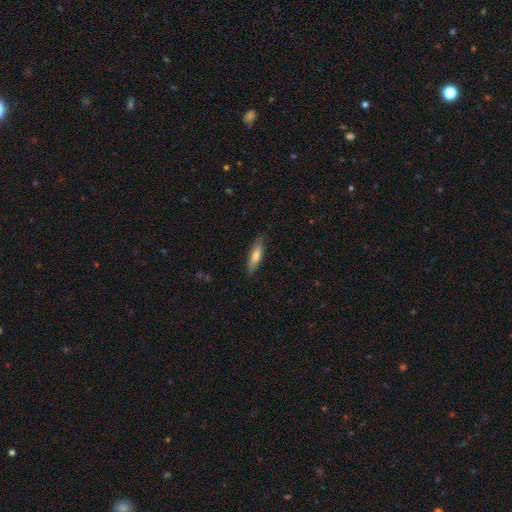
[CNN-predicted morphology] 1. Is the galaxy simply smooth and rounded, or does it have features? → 66% smooth, 28% featured or disk, 6% star or artifact.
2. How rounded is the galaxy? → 71% cigar-shaped, 28% in between, 2% round.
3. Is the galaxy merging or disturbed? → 85% none, 12% minor disturbance, 2% major disturbance, 1% merger.